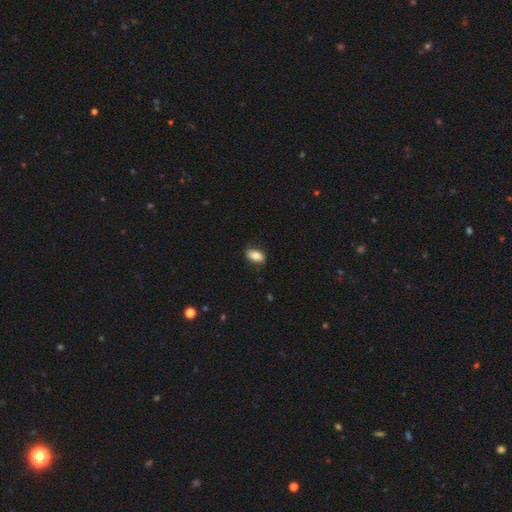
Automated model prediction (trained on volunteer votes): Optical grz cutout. It shows a smooth galaxy with no disk features (84%) that is in between round and cigar-shaped (92%). Merging: none (83%).